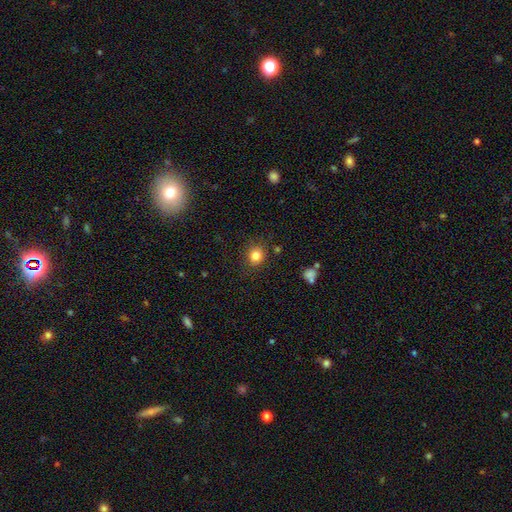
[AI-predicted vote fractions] Smooth or featured: smooth — 83% (star or artifact — 12%)
How rounded: round — 81% (in between — 18%)
Merging: none — 85% (minor disturbance — 9%)